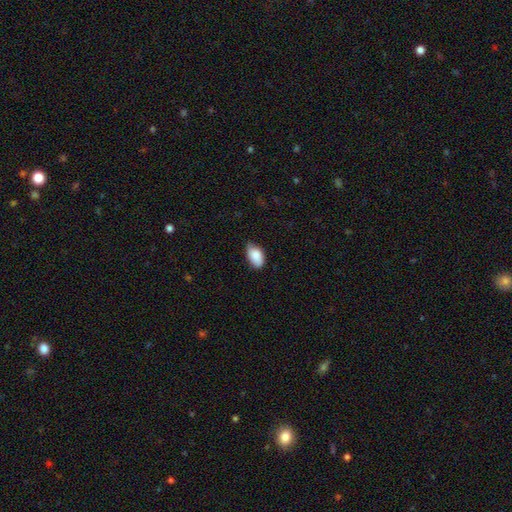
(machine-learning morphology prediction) This is clearly a smooth galaxy (86%). How rounded: clearly in between (93%). Merging: likely none (70%).